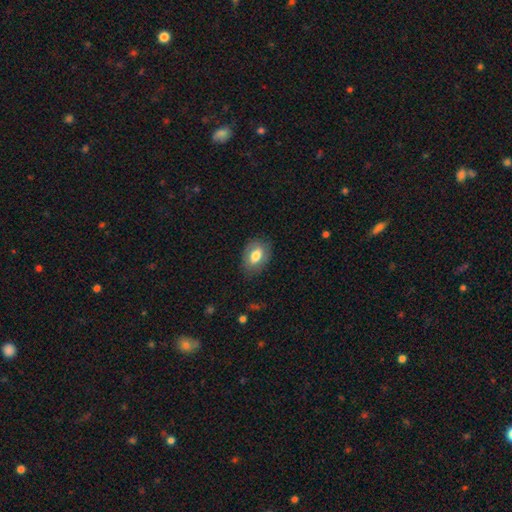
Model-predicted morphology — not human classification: Smooth or featured: smooth — 71% (featured or disk — 22%)
How rounded: in between — 84% (round — 15%)
Merging: none — 80% (minor disturbance — 15%)